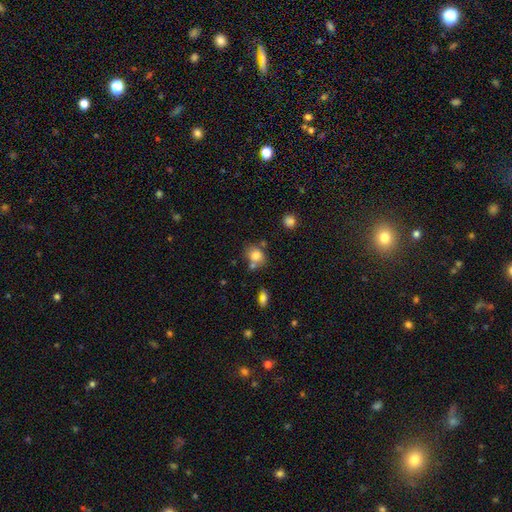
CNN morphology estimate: Smooth or featured: smooth — 79% (star or artifact — 11%)
How rounded: round — 64% (in between — 35%)
Merging: none — 58% (merger — 21%)